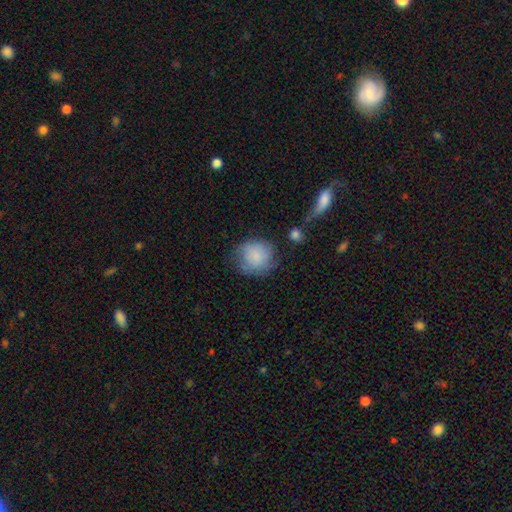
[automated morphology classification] A smooth galaxy with no disk features (81%) that is round (87%).

Vote fractions:
- Smooth or featured? smooth: 81% / featured or disk: 12% / star or artifact: 8%
- How rounded? round: 87% / in between: 12% / cigar-shaped: 1%
- Merging? none: 62% / minor disturbance: 25% / major disturbance: 10% / merger: 4%